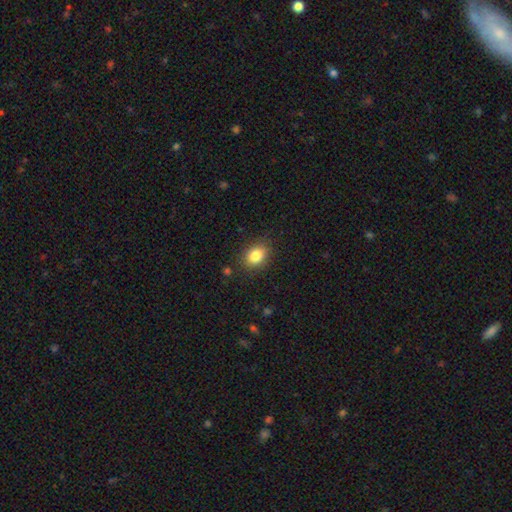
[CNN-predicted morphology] A smooth galaxy with no disk features (84%) that is in between round and cigar-shaped (61%).

Vote fractions:
- Smooth or featured? smooth: 84% / star or artifact: 10% / featured or disk: 7%
- How rounded? in between: 61% / round: 38% / cigar-shaped: 1%
- Merging? none: 84% / minor disturbance: 11% / major disturbance: 3% / merger: 1%